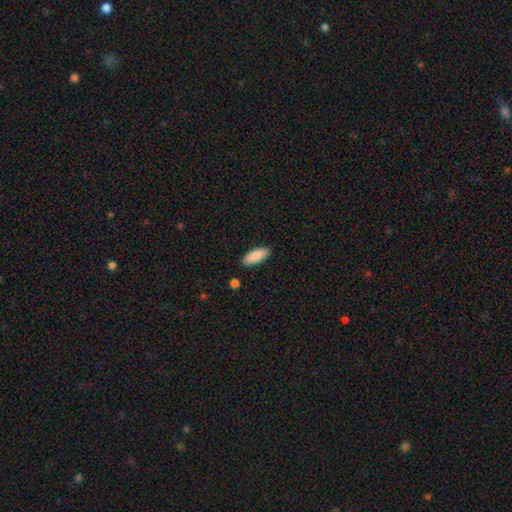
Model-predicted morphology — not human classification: The model was most divided on "how rounded": in between: 79%, cigar-shaped: 19%, round: 2%. More confident: smooth or featured — smooth (88%); merging — none (86%).